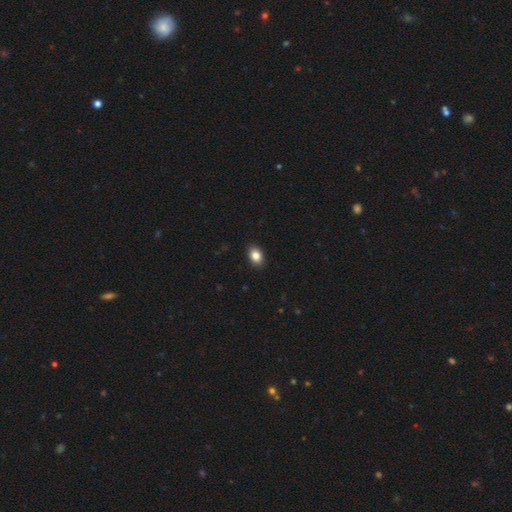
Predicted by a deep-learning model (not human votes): A smooth galaxy with no disk features (85%) that is in between round and cigar-shaped (75%). Merging: none (90%).